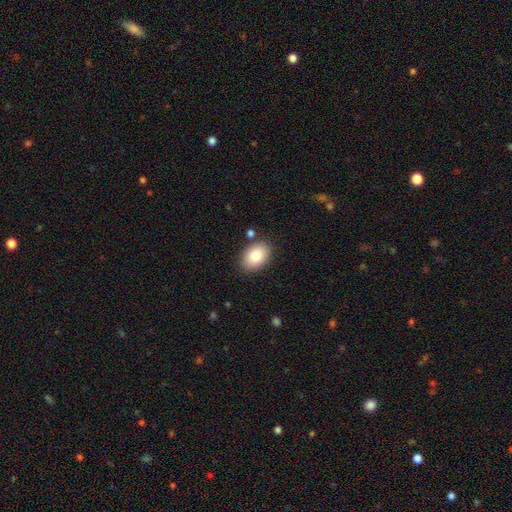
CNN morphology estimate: type=smooth (83%); roundness=in between (84%); merging=none (84%).